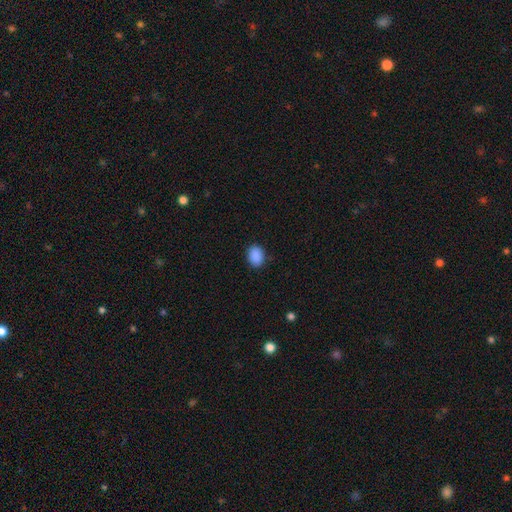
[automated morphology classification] Smooth or featured?
  - smooth: 90% *
  - star or artifact: 8%
  - featured or disk: 2%
How rounded?
  - in between: 68% *
  - round: 31%
  - cigar-shaped: 1%
Merging?
  - none: 87% *
  - minor disturbance: 9%
  - major disturbance: 2%
  - merger: 1%